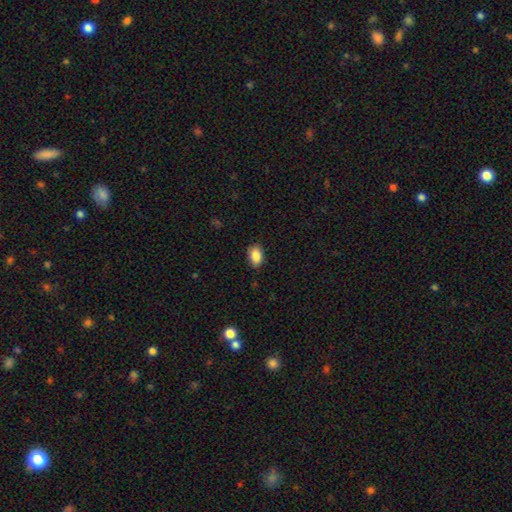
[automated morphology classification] Smooth or featured? Predicted: smooth (p=0.87). How rounded? Predicted: in between (p=0.86). Merging? Predicted: none (p=0.84).